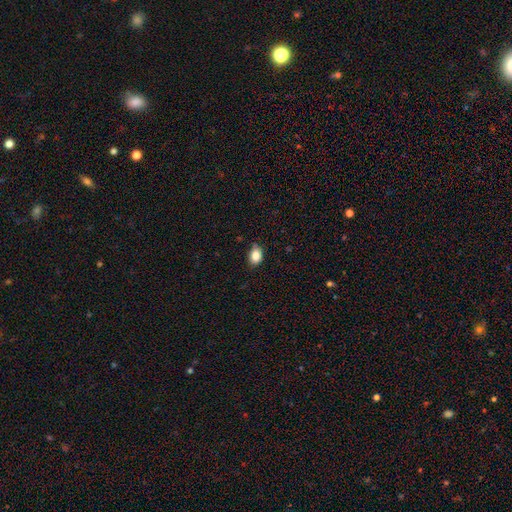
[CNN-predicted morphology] Smooth or featured? smooth (84%)
How rounded? in between (72%)
Merging? none (75%)